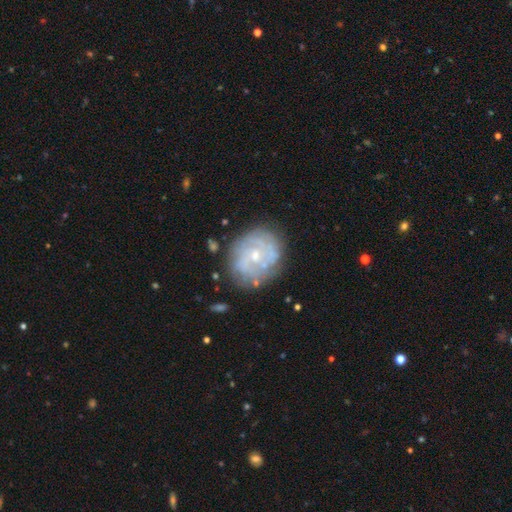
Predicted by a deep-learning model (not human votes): Smooth or featured? featured or disk (73%)
Edge-on disk? no (97%)
Bar? no (73%)
Spiral arms? yes (81%)
Spiral winding? tight (64%)
Spiral arm count? can't tell (46%)
Bulge size? small (61%)
Merging? none (75%)